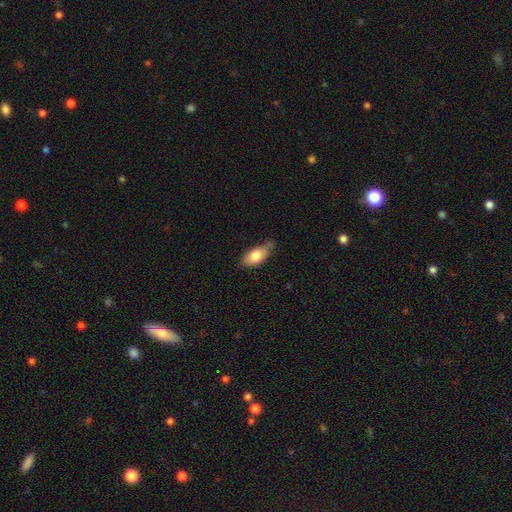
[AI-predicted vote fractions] Overall: smooth (77%). How rounded: in between (89%). Merging: none (48%; minor disturbance 38%).